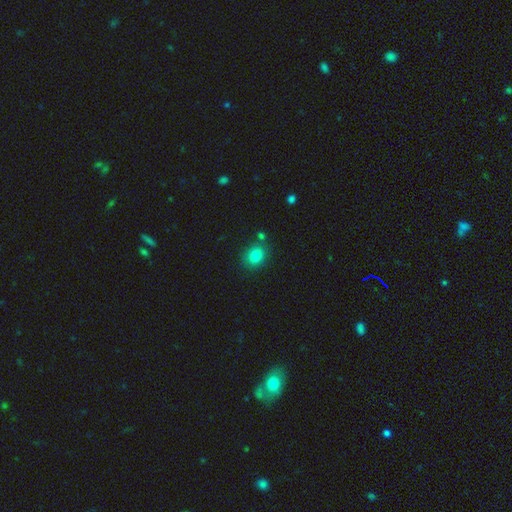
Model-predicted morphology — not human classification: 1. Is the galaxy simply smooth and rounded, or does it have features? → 81% smooth, 11% star or artifact, 7% featured or disk.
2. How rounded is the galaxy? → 61% round, 38% in between, 1% cigar-shaped.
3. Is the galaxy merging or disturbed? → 79% none, 11% minor disturbance, 7% merger, 3% major disturbance.